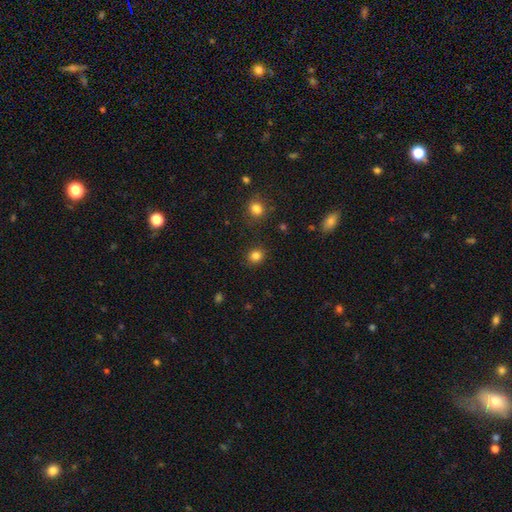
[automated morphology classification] Overall: smooth (83%). How rounded: round (79%). Merging: none (88%).